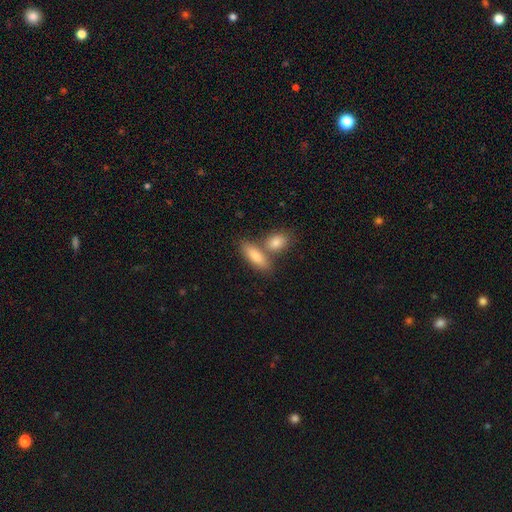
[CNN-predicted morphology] Overall: smooth (80%). How rounded: in between (67%; cigar-shaped 29%). Merging: none (52%; merger 36%).